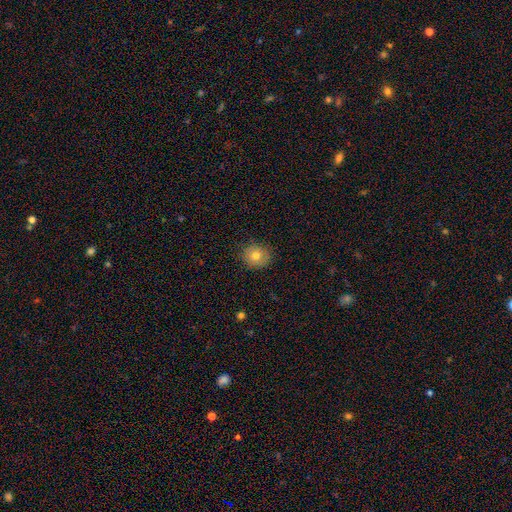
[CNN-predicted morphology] Smooth or featured? Predicted: smooth (p=0.75). How rounded? Predicted: round (p=0.82). Merging? Predicted: none (p=0.86).